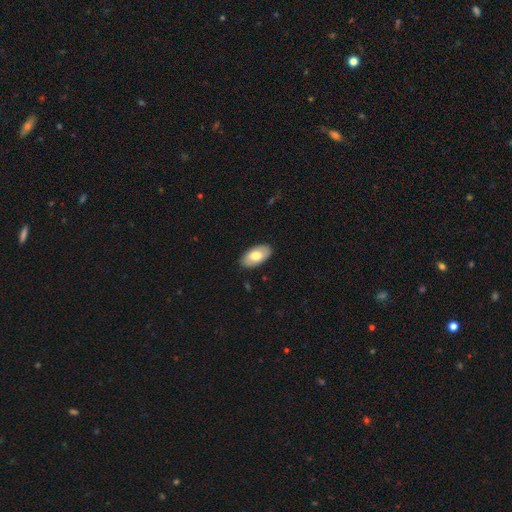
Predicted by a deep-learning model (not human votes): Q: Smooth or featured?
A: smooth (74%); runner-up: featured or disk (21%)
Q: How rounded?
A: in between (95%); runner-up: round (3%)
Q: Merging?
A: none (88%); runner-up: minor disturbance (9%)